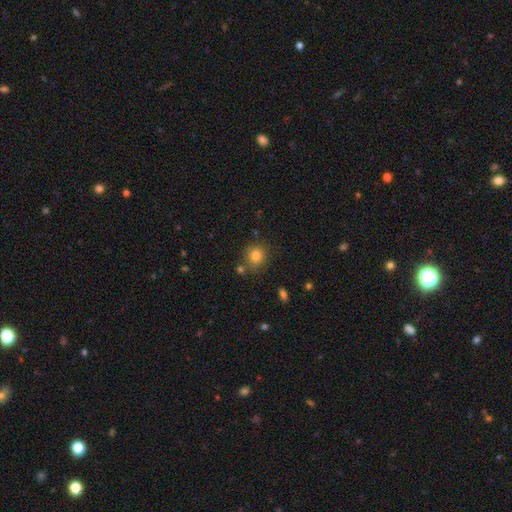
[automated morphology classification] type=smooth (82%); roundness=round (87%); merging=none (78%).